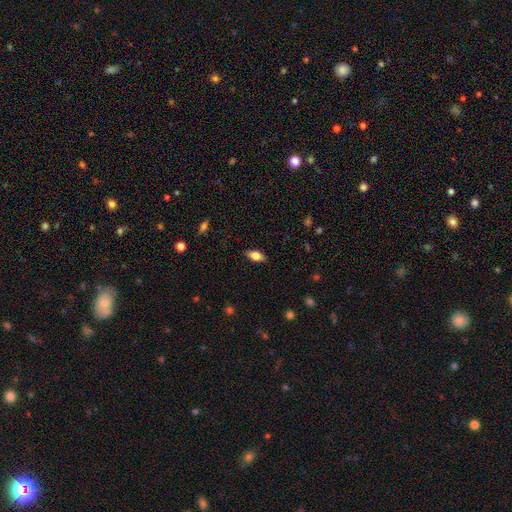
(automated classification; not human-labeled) This appears to be a smooth galaxy with no disk features (76%) that is in between round and cigar-shaped (87%). Merging: none (87%).